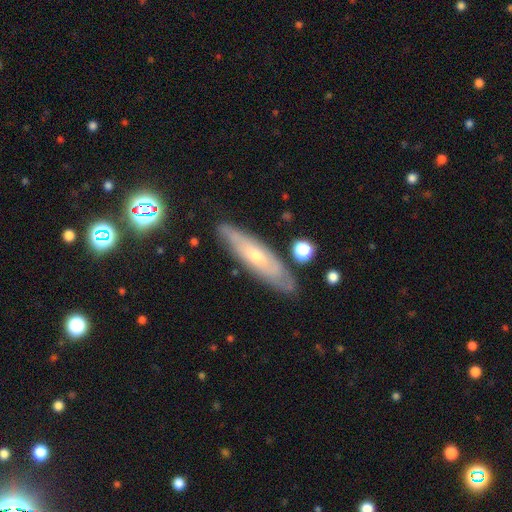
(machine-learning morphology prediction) Q: Smooth or featured?
A: featured or disk (59%); runner-up: smooth (34%)
Q: Edge-on disk?
A: no (56%); runner-up: yes (44%)
Q: Merging?
A: none (80%); runner-up: minor disturbance (14%)